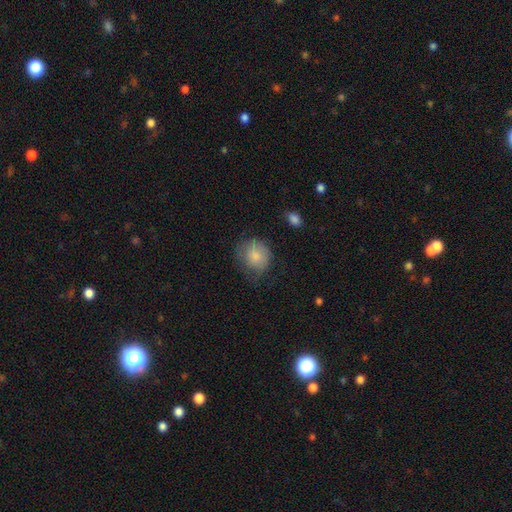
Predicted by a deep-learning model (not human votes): Overall: smooth (78%). How rounded: round (76%). Merging: none (51%; minor disturbance 32%).